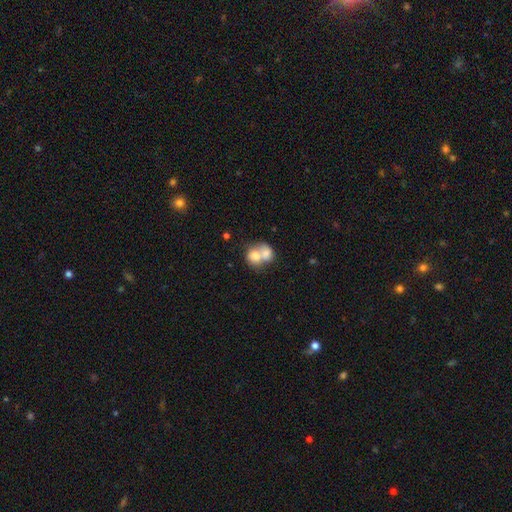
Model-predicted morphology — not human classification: A smooth galaxy with no disk features (72%) that is round (61%).

Vote fractions:
- Smooth or featured? smooth: 72% / featured or disk: 21% / star or artifact: 7%
- How rounded? round: 61% / in between: 38% / cigar-shaped: 1%
- Merging? merger: 74% / none: 17% / minor disturbance: 5% / major disturbance: 4%